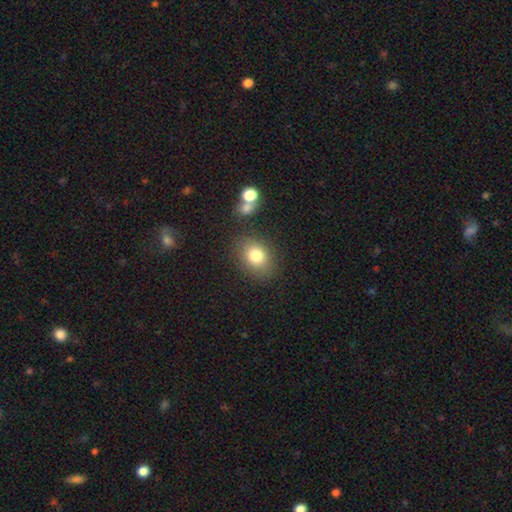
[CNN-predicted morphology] Overall: smooth (79%). How rounded: in between (54%; round 45%). Merging: none (79%).